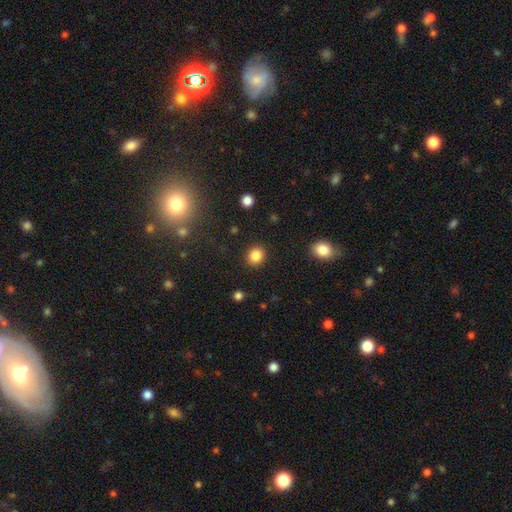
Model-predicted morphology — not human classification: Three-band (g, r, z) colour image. It shows a smooth galaxy with no disk features (85%) that is round (79%). Merging: none (90%).